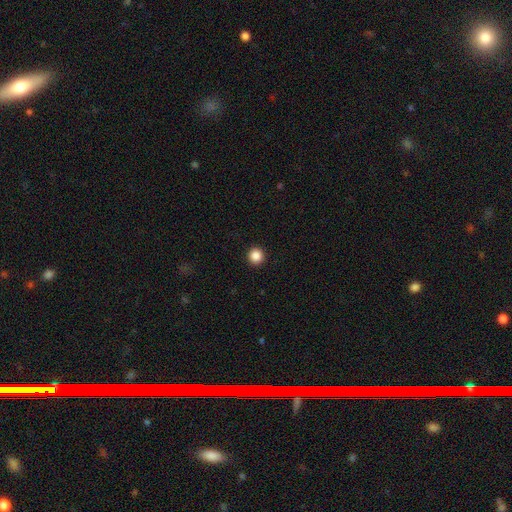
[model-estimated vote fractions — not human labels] Smooth or featured? Predicted: smooth (p=0.87). How rounded? Predicted: round (p=0.95). Merging? Predicted: none (p=0.94).